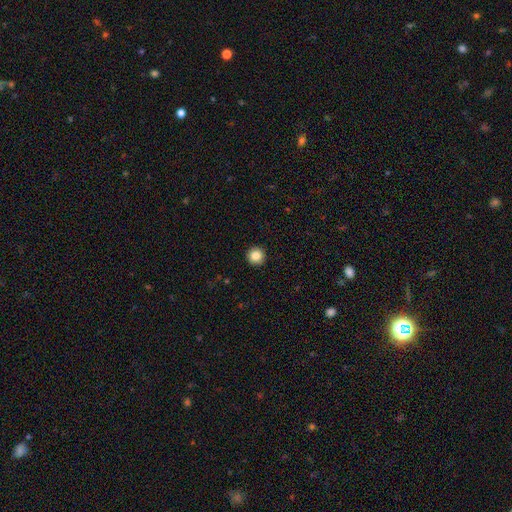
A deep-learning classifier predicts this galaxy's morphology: This appears to be a smooth galaxy with no disk features (86%) that is round (96%). Merging: none (93%).